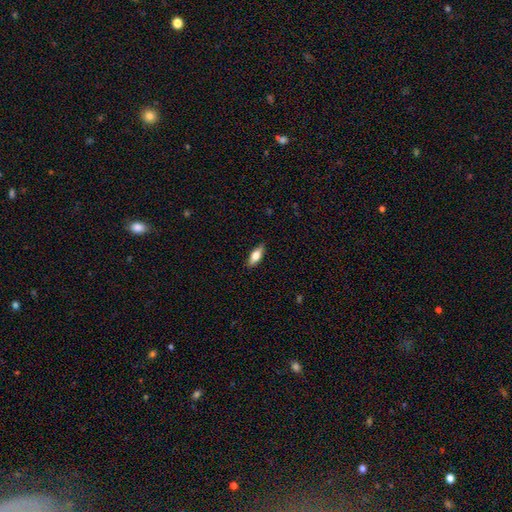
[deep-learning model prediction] Q: Smooth or featured?
A: smooth (72%); runner-up: featured or disk (22%)
Q: How rounded?
A: in between (72%); runner-up: cigar-shaped (25%)
Q: Merging?
A: none (87%); runner-up: minor disturbance (10%)